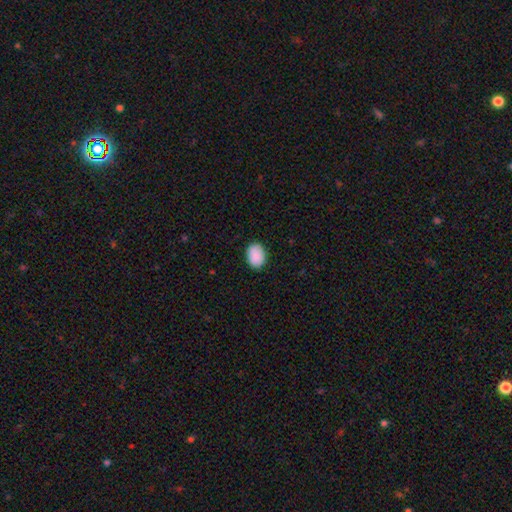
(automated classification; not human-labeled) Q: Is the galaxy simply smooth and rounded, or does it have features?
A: smooth — 91%.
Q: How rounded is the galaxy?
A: in between — 77%.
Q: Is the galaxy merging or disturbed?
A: none — 88%.